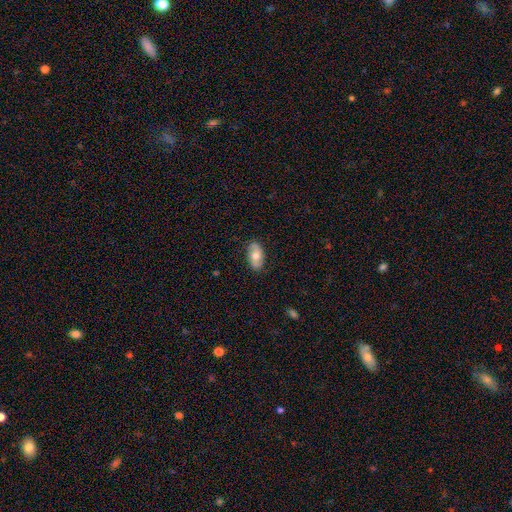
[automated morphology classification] Overall: smooth (59%; featured or disk 34%). How rounded: in between (93%). Merging: none (83%).